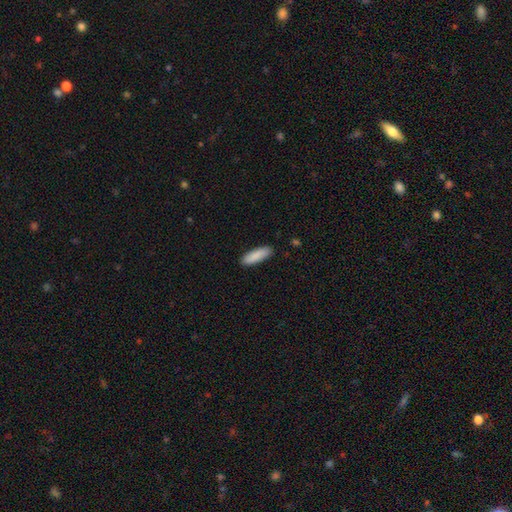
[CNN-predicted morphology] Smooth or featured: smooth — 89% (featured or disk — 6%)
How rounded: cigar-shaped — 54% (in between — 45%)
Merging: none — 89% (minor disturbance — 8%)